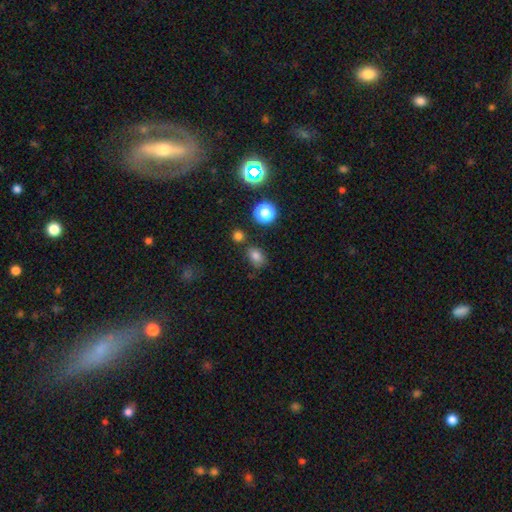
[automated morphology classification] smooth 78%, star or artifact 16%, featured or disk 6%. Down the decision tree: how rounded — in between (67%); merging — none (70%).